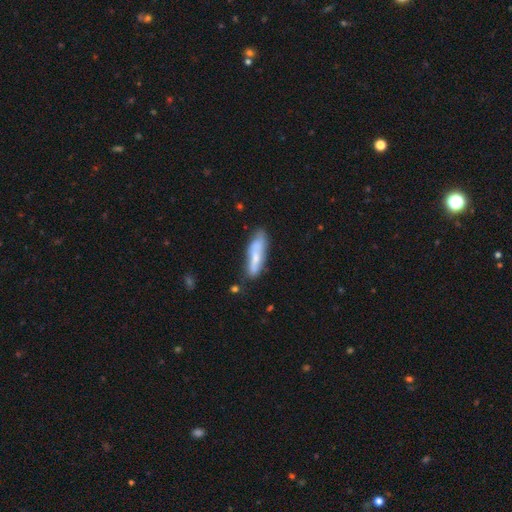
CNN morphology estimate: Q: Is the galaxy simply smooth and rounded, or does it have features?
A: smooth — 57%.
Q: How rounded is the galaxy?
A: cigar-shaped — 62%.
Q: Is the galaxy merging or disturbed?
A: none — 61%.